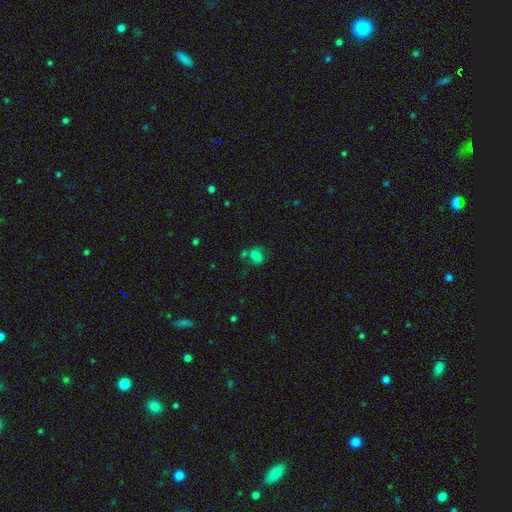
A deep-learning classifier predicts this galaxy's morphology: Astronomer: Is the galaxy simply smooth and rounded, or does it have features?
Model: smooth — 65%.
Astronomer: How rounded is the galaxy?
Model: in between — 54% (runner-up: round, 44%).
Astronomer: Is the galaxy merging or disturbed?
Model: none — 40% (runner-up: minor disturbance, 22%).